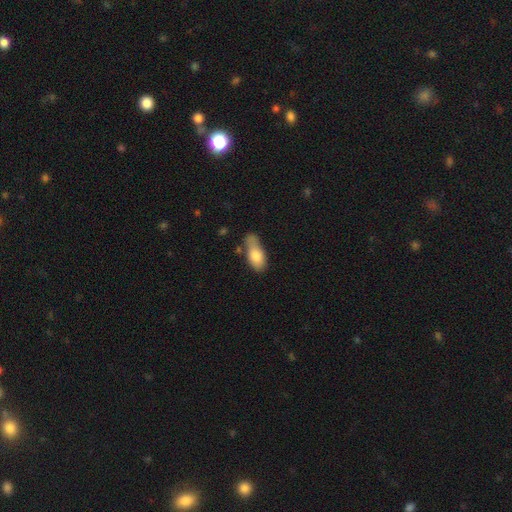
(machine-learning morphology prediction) Overall: smooth (79%). How rounded: in between (84%). Merging: none (42%; minor disturbance 33%).